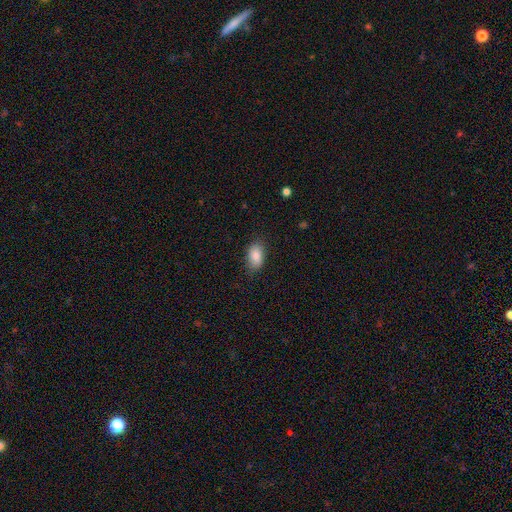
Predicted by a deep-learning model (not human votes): A smooth galaxy with no disk features (85%) that is in between round and cigar-shaped (91%). Merging: none (81%).